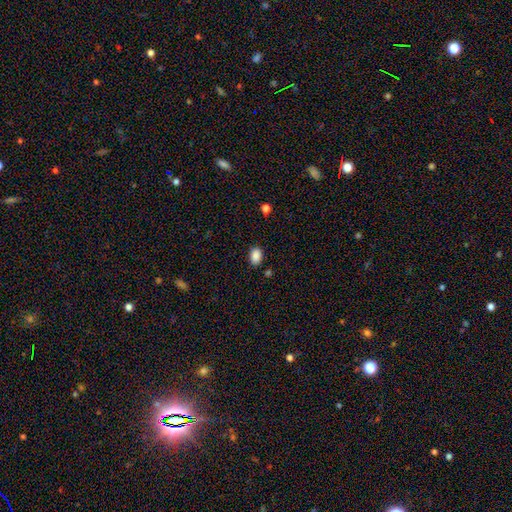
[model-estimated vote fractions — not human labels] A smooth galaxy with no disk features (88%) that is in between round and cigar-shaped (85%). Merging: none (85%).